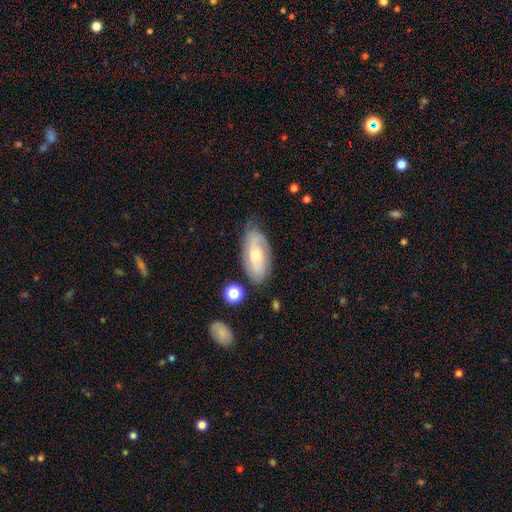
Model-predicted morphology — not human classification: The model was most divided on "bulge size": moderate: 51%, small: 43%, large: 3%, none: 2%, dominant: 1%. More confident: edge-on disk — no (89%); spiral arms — yes (86%); merging — none (69%); bar — no (65%); smooth or featured — featured or disk (63%).